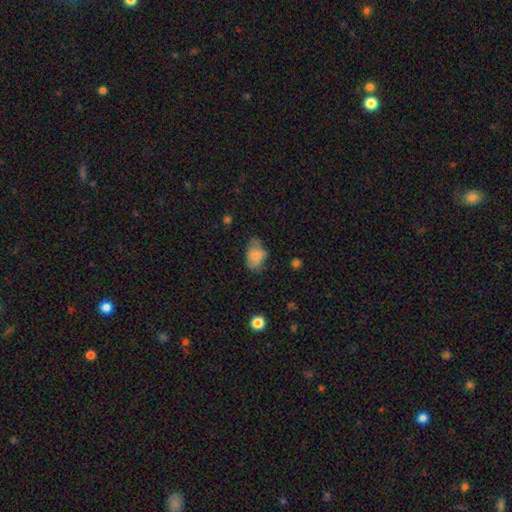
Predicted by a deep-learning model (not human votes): smooth 76%, featured or disk 14%, star or artifact 10%. Down the decision tree: how rounded — in between (83%); merging — none (44%).